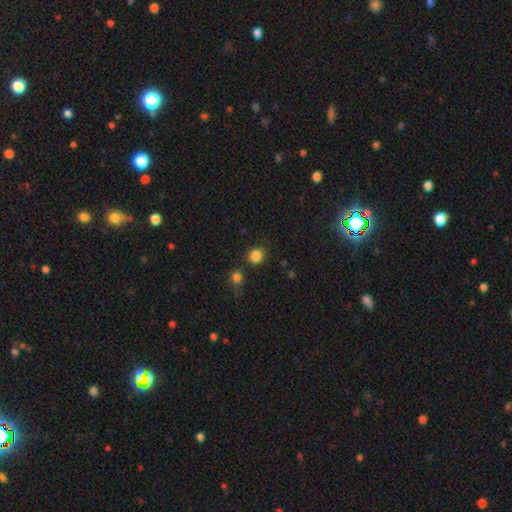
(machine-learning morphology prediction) This is clearly a smooth galaxy (85%). How rounded: clearly round (84%). Merging: likely none (77%).